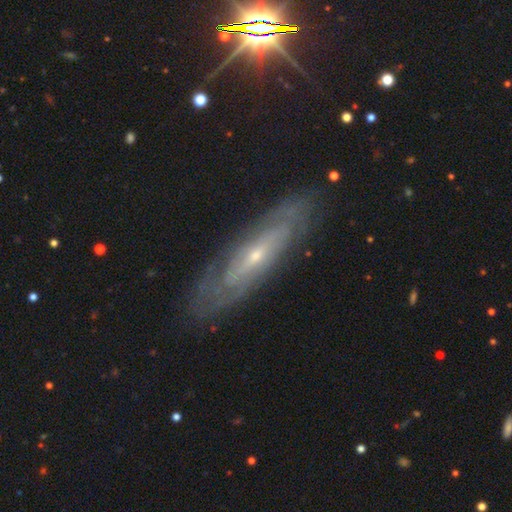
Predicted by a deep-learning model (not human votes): smooth_or_featured: featured or disk (p=0.77) [alt: smooth p=0.15]
disk_edge_on: no (p=0.68) [alt: yes p=0.32]
bar: no (p=0.62) [alt: weak p=0.28]
has_spiral_arms: yes (p=0.77) [alt: no p=0.23]
bulge_size: small (p=0.72) [alt: moderate p=0.24]
merging: none (p=0.82) [alt: minor disturbance p=0.13]